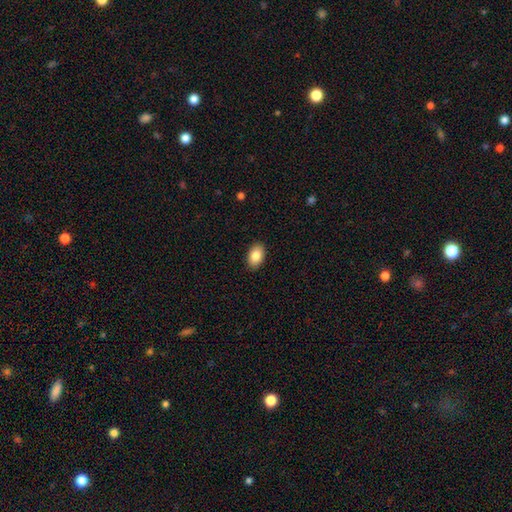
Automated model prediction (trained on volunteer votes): Smooth or featured?
  - smooth: 85% *
  - featured or disk: 7%
  - star or artifact: 7%
How rounded?
  - in between: 90% *
  - round: 9%
  - cigar-shaped: 1%
Merging?
  - none: 90% *
  - minor disturbance: 7%
  - major disturbance: 2%
  - merger: 1%